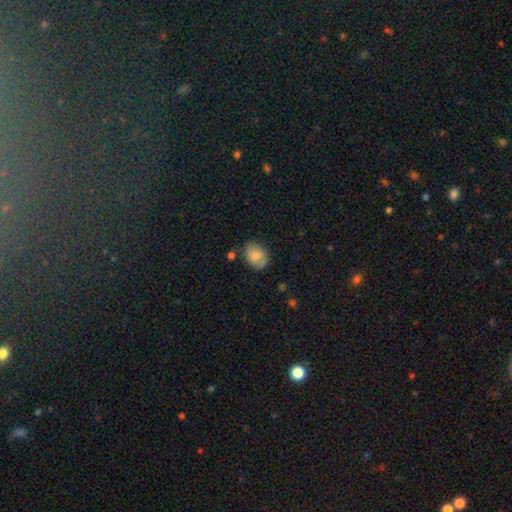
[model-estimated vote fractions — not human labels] Smooth or featured: smooth — 78% (featured or disk — 14%)
How rounded: in between — 64% (round — 35%)
Merging: none — 71% (minor disturbance — 21%)